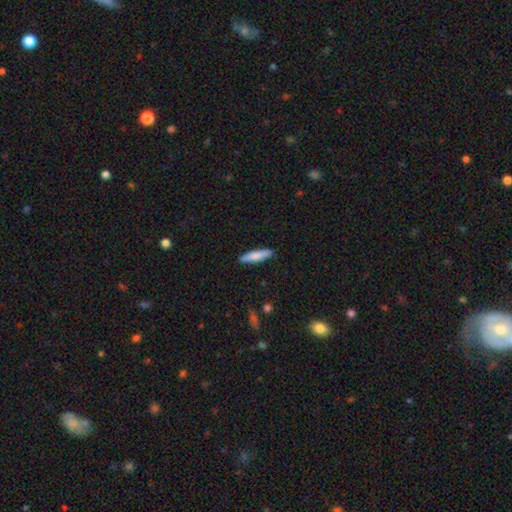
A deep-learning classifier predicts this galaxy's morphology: Smooth or featured?
  - smooth: 78% *
  - featured or disk: 17%
  - star or artifact: 5%
How rounded?
  - cigar-shaped: 82% *
  - in between: 17%
  - round: 1%
Merging?
  - none: 89% *
  - minor disturbance: 8%
  - major disturbance: 2%
  - merger: 1%